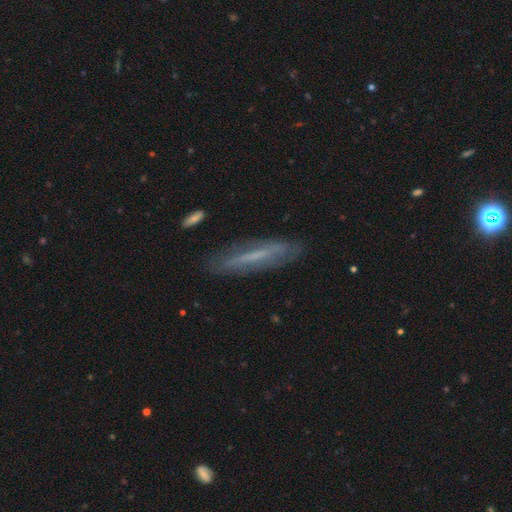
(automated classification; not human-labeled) The model was most divided on "smooth or featured": featured or disk: 55%, smooth: 36%, star or artifact: 9%. More confident: merging — none (80%); edge-on disk — yes (61%).